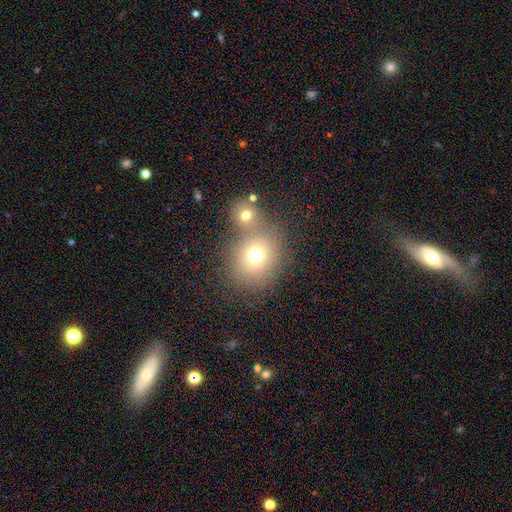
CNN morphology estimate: smooth_or_featured: smooth (p=0.72) [alt: star or artifact p=0.14]
how_rounded: round (p=0.76) [alt: in between p=0.23]
merging: none (p=0.47) [alt: merger p=0.40]